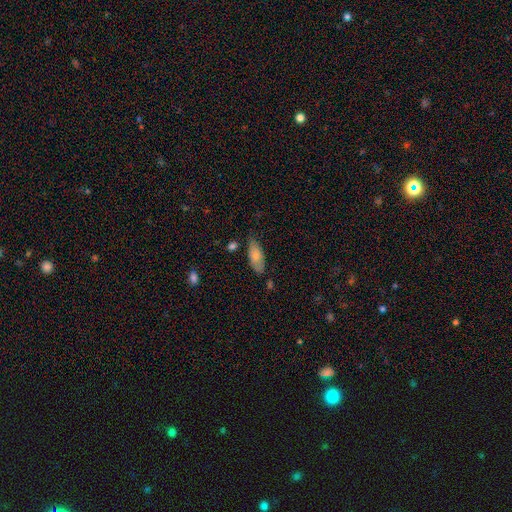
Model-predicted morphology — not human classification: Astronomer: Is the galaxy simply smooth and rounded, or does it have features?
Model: smooth — 75%.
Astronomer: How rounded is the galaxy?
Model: in between — 83%.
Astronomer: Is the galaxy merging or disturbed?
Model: none — 72%.